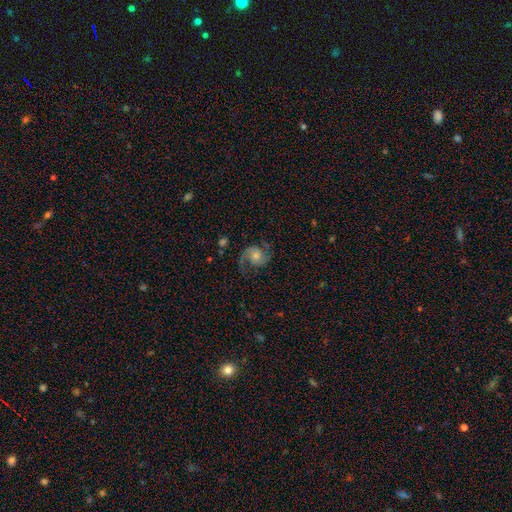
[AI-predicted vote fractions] Morphology: type=featured or disk (81%); edge-on=no (98%); bar=no (70%); spiral arms=yes (96%); winding=medium (50%); arm count=2 (91%); bulge=moderate (49%); merging=none (73%).